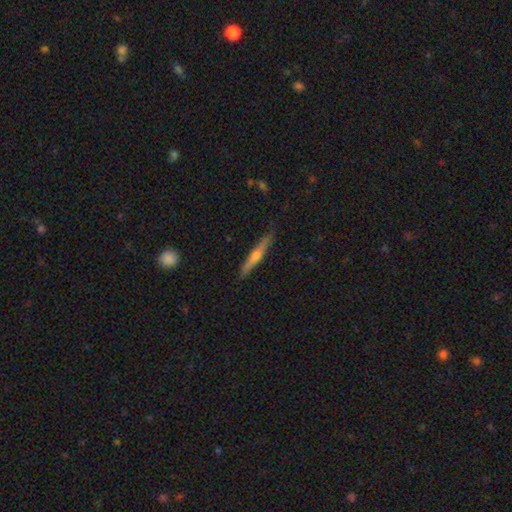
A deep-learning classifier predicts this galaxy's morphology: Overall: featured or disk (59%; smooth 35%). Edge-on disk: yes (96%). Edge-on bulge: rounded (82%). Merging: none (87%).